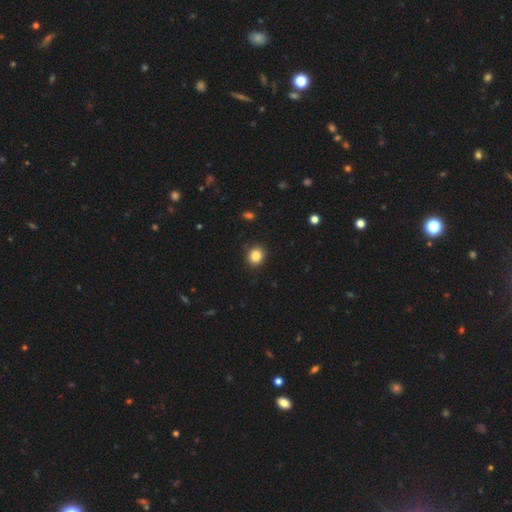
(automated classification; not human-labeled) smooth_or_featured: smooth (p=0.85) [alt: star or artifact p=0.10]
how_rounded: round (p=0.79) [alt: in between p=0.20]
merging: none (p=0.90) [alt: minor disturbance p=0.07]